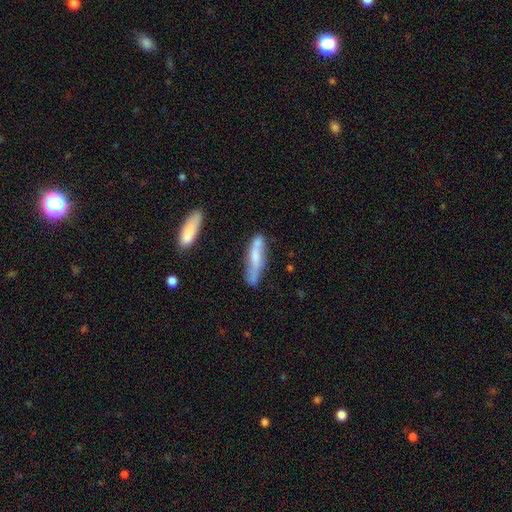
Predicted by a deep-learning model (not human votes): Smooth or featured: smooth — 52% (featured or disk — 41%)
How rounded: cigar-shaped — 76% (in between — 22%)
Merging: none — 65% (minor disturbance — 23%)